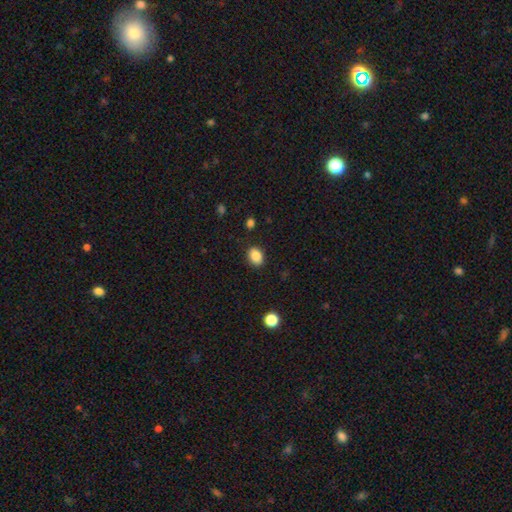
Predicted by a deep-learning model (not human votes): The model was most divided on "how rounded": in between: 66%, round: 33%, cigar-shaped: 1%. More confident: smooth or featured — smooth (86%); merging — none (86%).